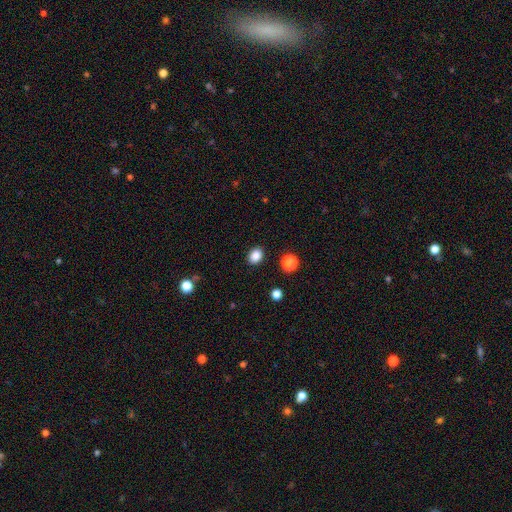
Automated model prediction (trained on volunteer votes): smooth_or_featured: smooth (p=0.86) [alt: star or artifact p=0.10]
how_rounded: in between (p=0.56) [alt: round p=0.43]
merging: none (p=0.89) [alt: minor disturbance p=0.07]